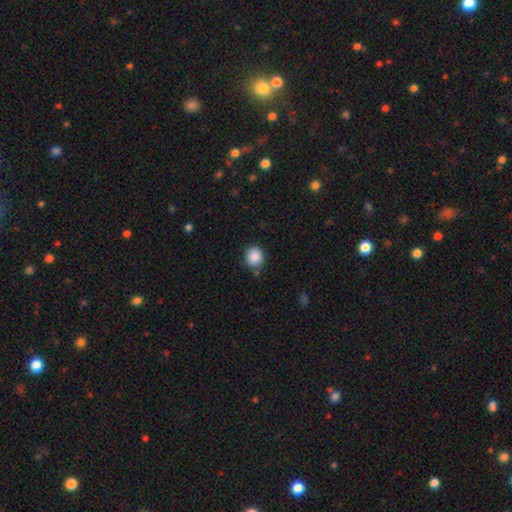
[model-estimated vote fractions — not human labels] This appears to be a smooth galaxy with no disk features (88%) that is round (83%). Merging: none (78%).